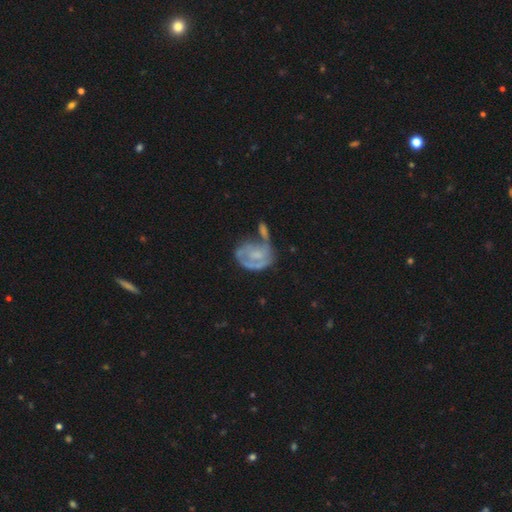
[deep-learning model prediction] Smooth or featured? Predicted: featured or disk (p=0.66). Edge-on disk? Predicted: no (p=0.97). Bar? Predicted: no (p=0.67). Spiral arms? Predicted: yes (p=0.62). Bulge size? Predicted: none (p=0.39). Merging? Predicted: merger (p=0.28).